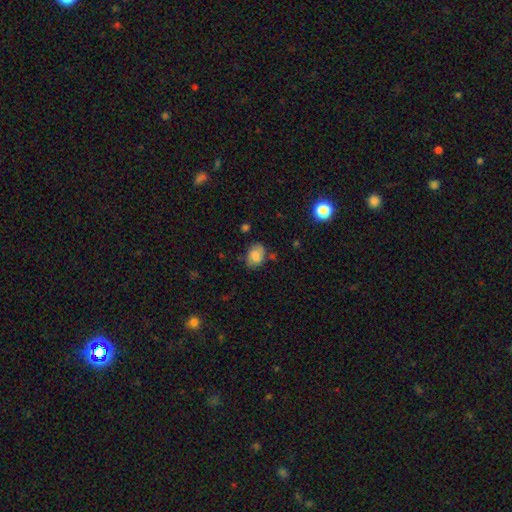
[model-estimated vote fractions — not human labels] The model was most divided on "merging": none: 67%, minor disturbance: 23%, major disturbance: 6%, merger: 4%. More confident: smooth or featured — smooth (77%); how rounded — in between (72%).